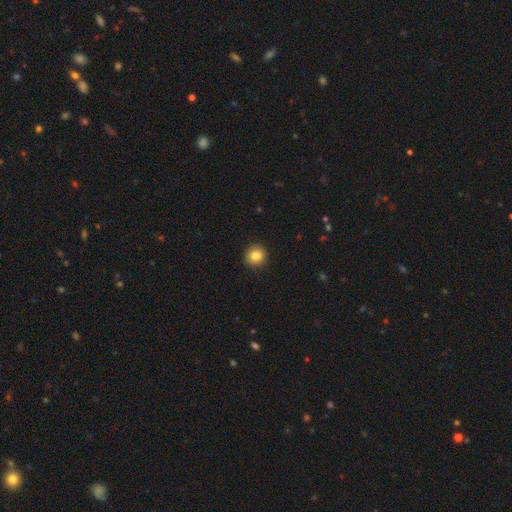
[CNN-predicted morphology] Smooth or featured? Predicted: smooth (p=0.85). How rounded? Predicted: round (p=0.92). Merging? Predicted: none (p=0.92).